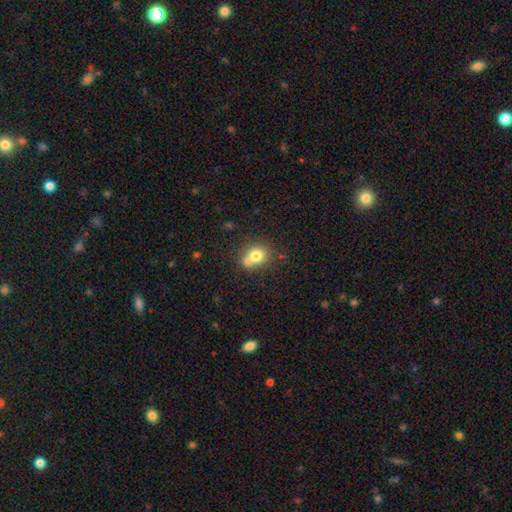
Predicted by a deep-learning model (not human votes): smooth-or-featured: smooth: 74% | featured or disk: 15% | star or artifact: 11%
  how-rounded: round: 72% | in between: 27% | cigar-shaped: 1%
  merging: none: 47% | merger: 39% | minor disturbance: 11% | major disturbance: 4%